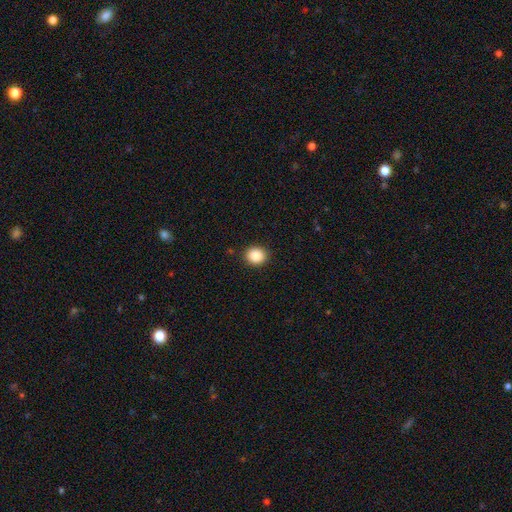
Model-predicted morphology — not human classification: Smooth or featured? Predicted: smooth (p=0.88). How rounded? Predicted: round (p=0.74). Merging? Predicted: none (p=0.90).